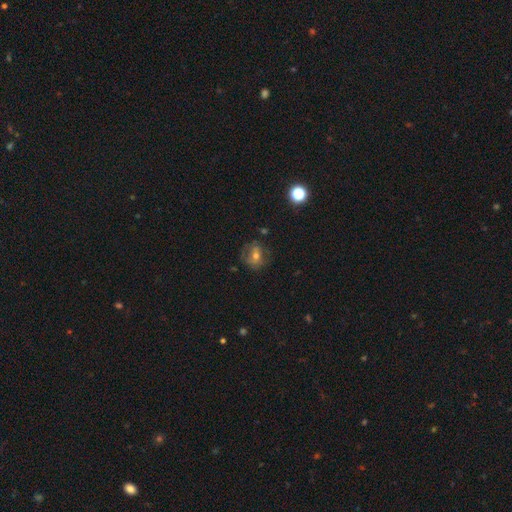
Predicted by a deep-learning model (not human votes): This appears to be a smooth galaxy with no disk features (43%). Merging: none (66%).